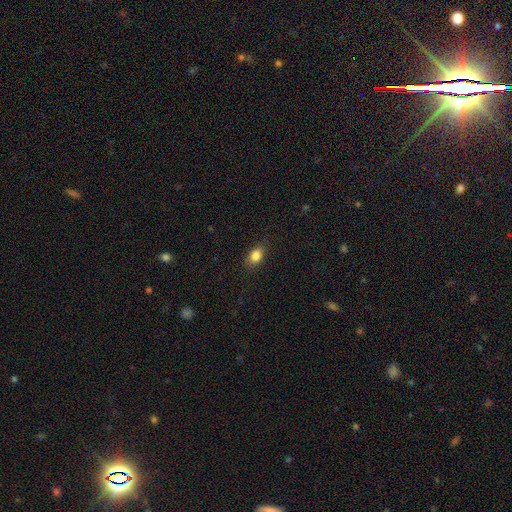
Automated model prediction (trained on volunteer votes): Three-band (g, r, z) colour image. It shows a smooth galaxy with no disk features (84%) that is in between round and cigar-shaped (76%). Merging: none (84%).